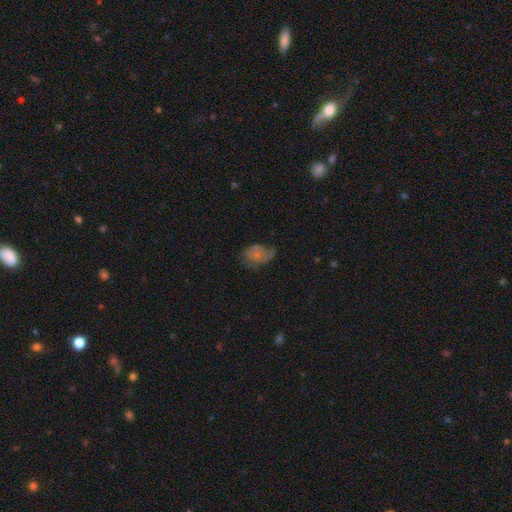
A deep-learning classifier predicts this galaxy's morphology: featured or disk 51%, smooth 33%, star or artifact 16%. Down the decision tree: edge-on disk — no (97%); merging — none (52%).